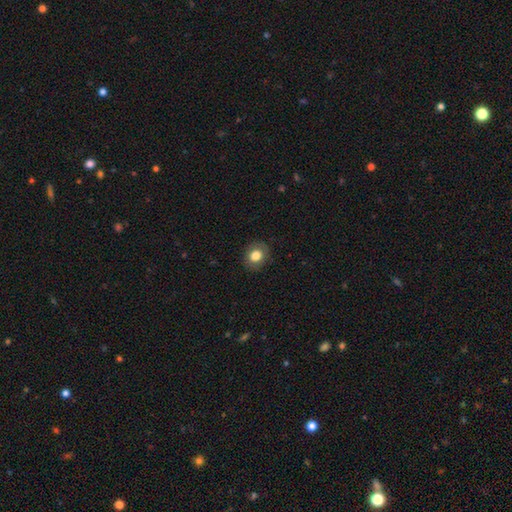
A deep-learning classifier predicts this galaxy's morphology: This is likely a smooth galaxy (79%). How rounded: likely round (65%). Merging: clearly none (86%).